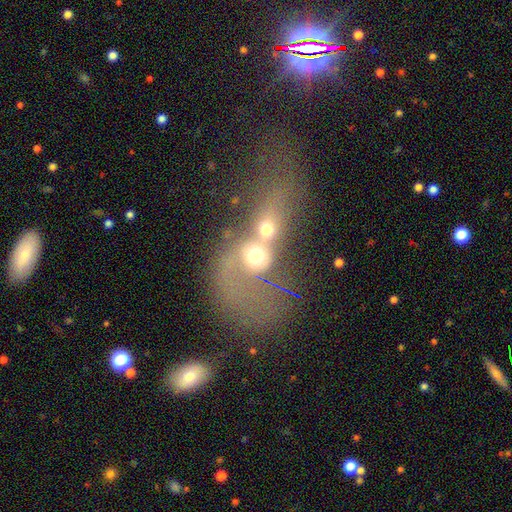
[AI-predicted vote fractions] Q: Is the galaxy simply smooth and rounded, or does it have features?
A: featured or disk — 48%.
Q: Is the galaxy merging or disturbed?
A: merger — 81%.